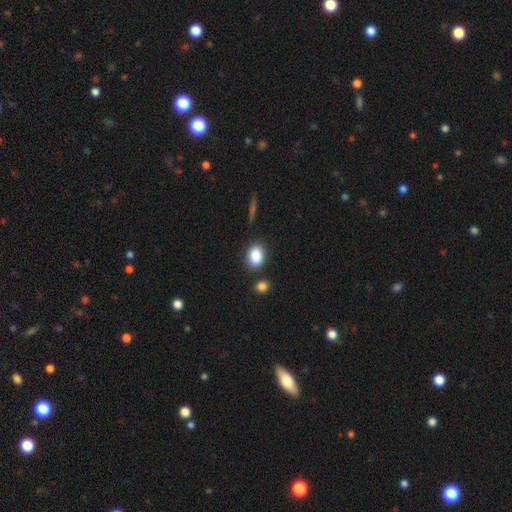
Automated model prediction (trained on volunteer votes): This is clearly a smooth galaxy (86%). How rounded: likely in between (75%). Merging: likely none (79%).